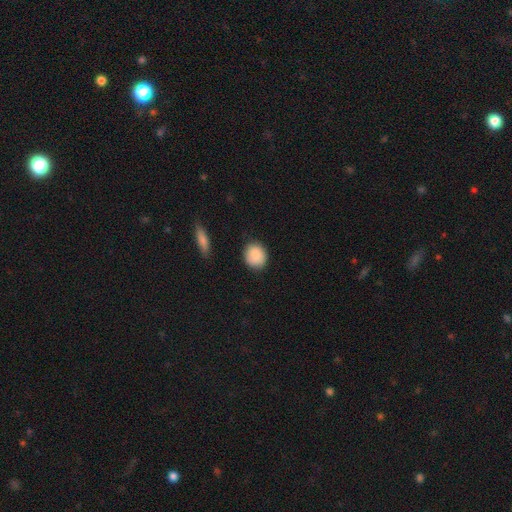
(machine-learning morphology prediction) smooth_or_featured: smooth (p=0.89) [alt: star or artifact p=0.07]
how_rounded: round (p=0.72) [alt: in between p=0.26]
merging: none (p=0.85) [alt: minor disturbance p=0.11]